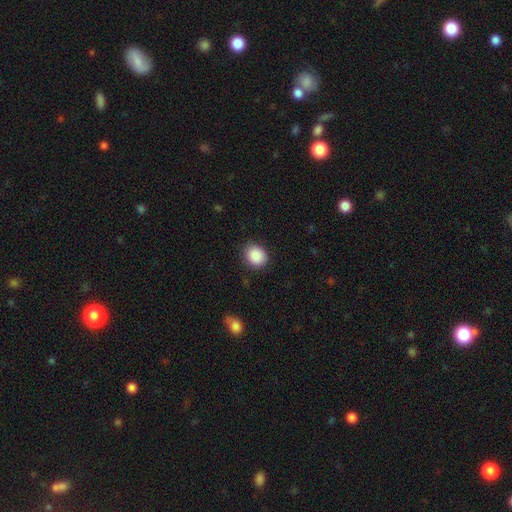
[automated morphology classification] smooth 89%, star or artifact 8%, featured or disk 3%. Down the decision tree: how rounded — round (63%); merging — none (86%).